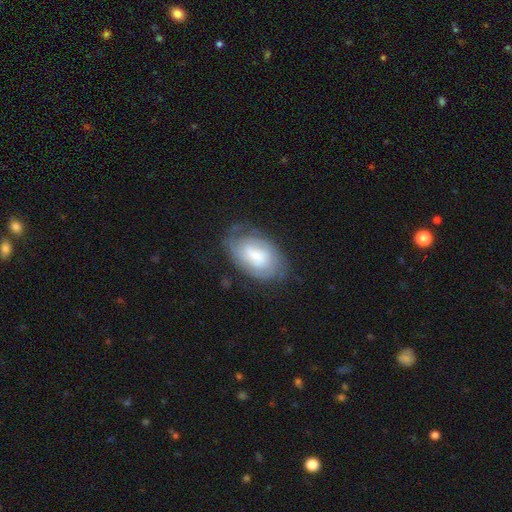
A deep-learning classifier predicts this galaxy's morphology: Overall: featured or disk (57%; smooth 35%). Edge-on disk: no (95%). Bar: no (52%; weak 39%). Spiral arms: yes (80%). Bulge size: small (38%; moderate 37%). Merging: none (65%).